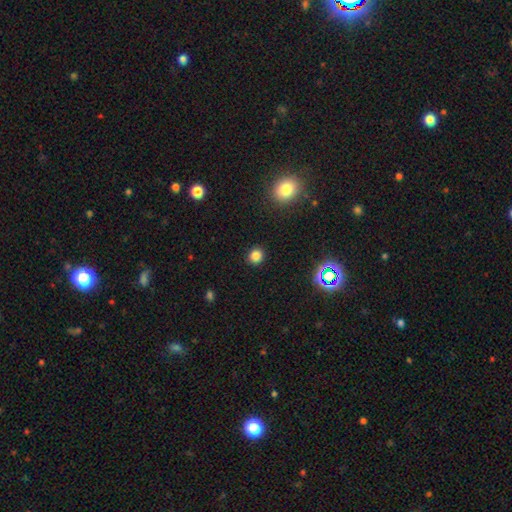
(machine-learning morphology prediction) smooth_or_featured: smooth (p=0.82) [alt: star or artifact p=0.14]
how_rounded: round (p=0.83) [alt: in between p=0.16]
merging: none (p=0.91) [alt: minor disturbance p=0.06]